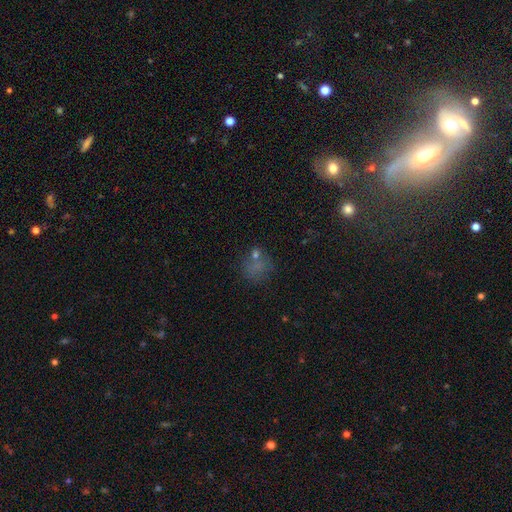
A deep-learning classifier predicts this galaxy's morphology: A smooth galaxy with no disk features (57%) that is round (75%). Merging: none (56%).